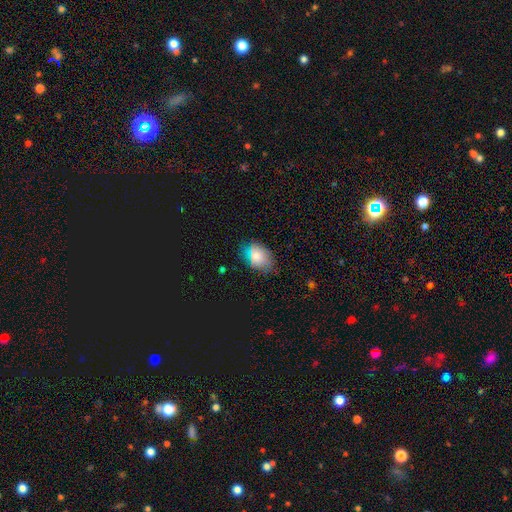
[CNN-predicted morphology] Smooth or featured? Predicted: smooth (p=0.74). How rounded? Predicted: in between (p=0.82). Merging? Predicted: none (p=0.71).